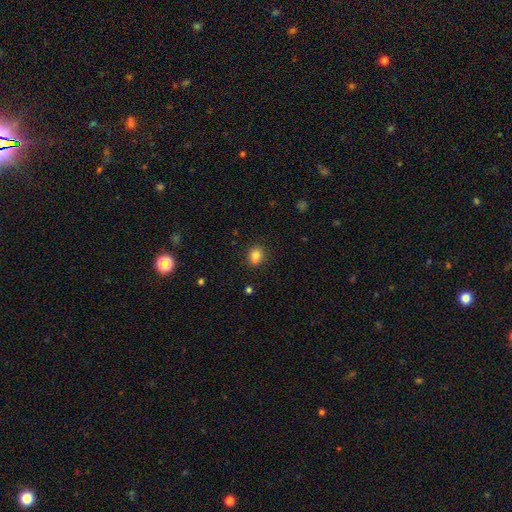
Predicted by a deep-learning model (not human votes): Smooth or featured? smooth (77%)
How rounded? round (73%)
Merging? none (55%)